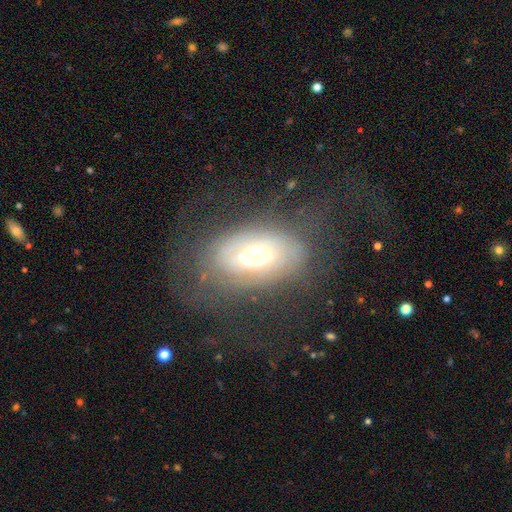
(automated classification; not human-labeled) The model was most divided on "spiral arms": yes: 62%, no: 38%. More confident: edge-on disk — no (92%); bar — no (74%); smooth or featured — featured or disk (64%); bulge size — moderate (64%); merging — none (57%).